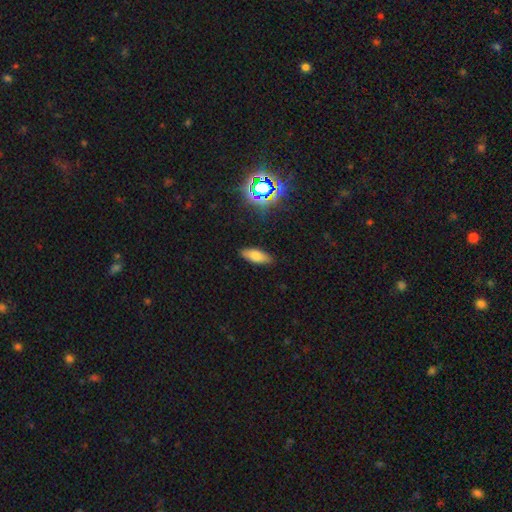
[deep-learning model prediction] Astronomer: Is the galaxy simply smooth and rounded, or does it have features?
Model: smooth — 73%.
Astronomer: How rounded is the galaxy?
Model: in between — 74%.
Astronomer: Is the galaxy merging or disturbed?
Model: none — 87%.